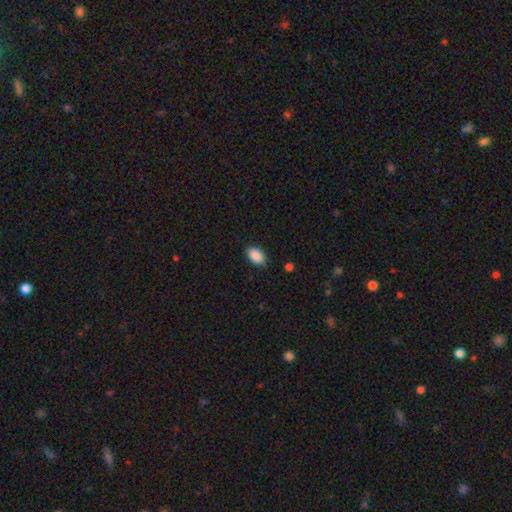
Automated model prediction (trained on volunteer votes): This is clearly a smooth galaxy (90%). How rounded: clearly in between (89%). Merging: clearly none (85%).